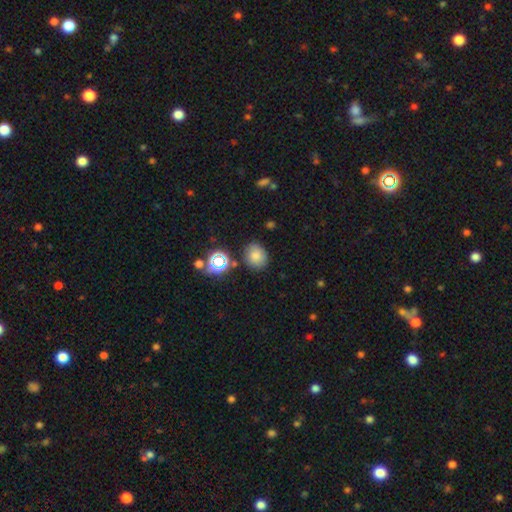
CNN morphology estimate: Smooth or featured: smooth — 75% (star or artifact — 17%)
How rounded: round — 61% (in between — 38%)
Merging: none — 78% (minor disturbance — 13%)